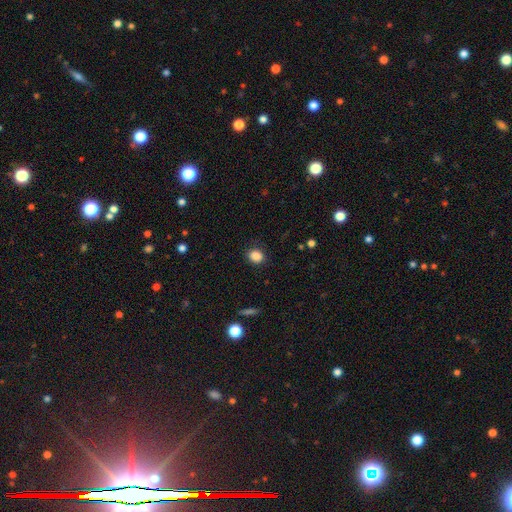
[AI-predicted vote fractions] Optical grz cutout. It shows a smooth galaxy with no disk features (86%) that is round (68%). Merging: none (87%).